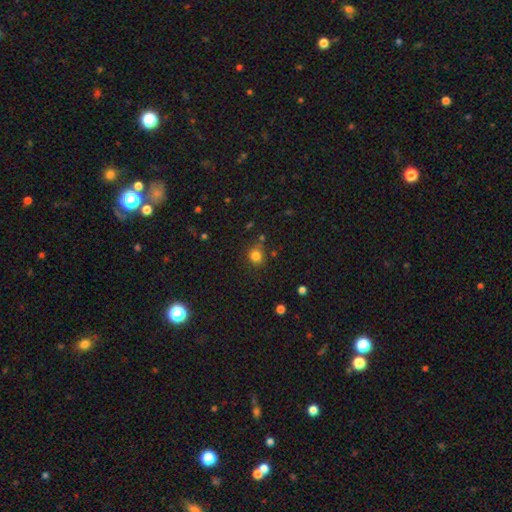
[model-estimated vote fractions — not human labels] Smooth or featured: smooth — 81% (star or artifact — 13%)
How rounded: round — 80% (in between — 19%)
Merging: none — 74% (minor disturbance — 15%)